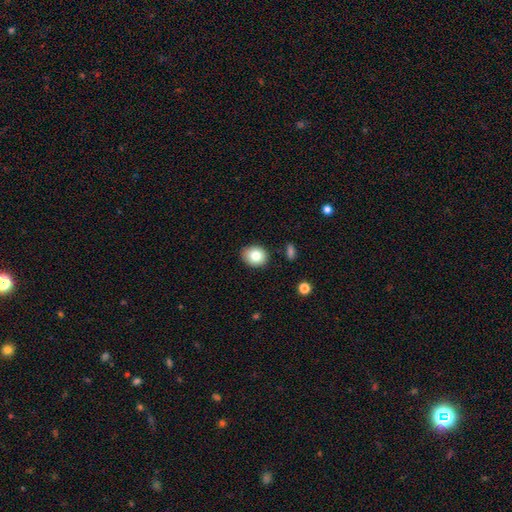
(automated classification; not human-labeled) The model was most divided on "how rounded": round: 58%, in between: 41%, cigar-shaped: 1%. More confident: merging — none (86%); smooth or featured — smooth (81%).